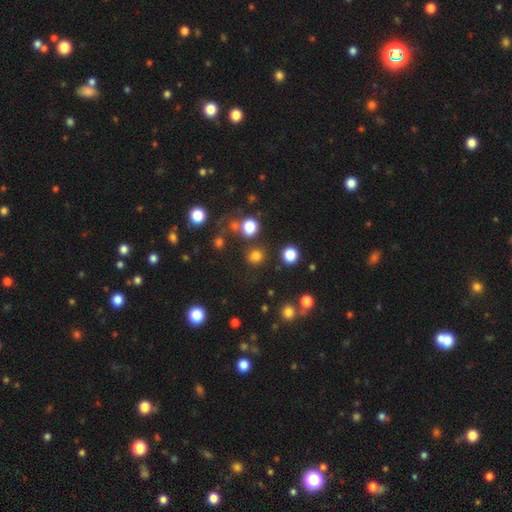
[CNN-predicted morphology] smooth-or-featured: smooth: 79% | star or artifact: 17% | featured or disk: 5%
  how-rounded: round: 87% | in between: 12% | cigar-shaped: 1%
  merging: none: 82% | minor disturbance: 8% | merger: 6% | major disturbance: 4%